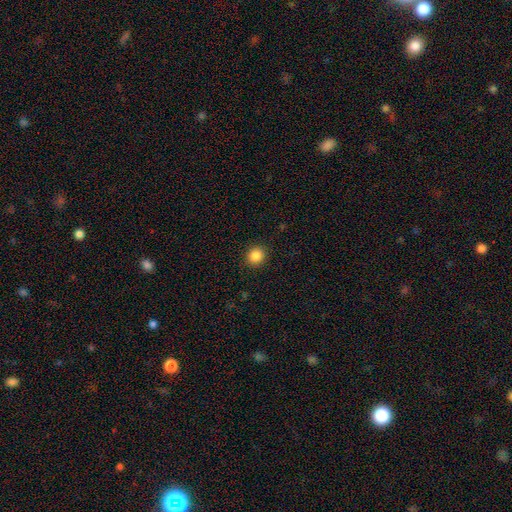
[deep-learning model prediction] Q: Smooth or featured?
A: smooth (87%); runner-up: star or artifact (10%)
Q: How rounded?
A: round (89%); runner-up: in between (10%)
Q: Merging?
A: none (91%); runner-up: minor disturbance (6%)